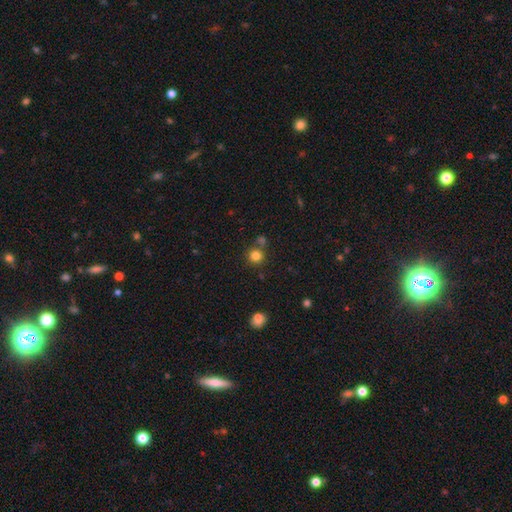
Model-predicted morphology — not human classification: A smooth galaxy with no disk features (81%) that is round (91%).

Vote fractions:
- Smooth or featured? smooth: 81% / star or artifact: 13% / featured or disk: 5%
- How rounded? round: 91% / in between: 8% / cigar-shaped: 1%
- Merging? none: 73% / merger: 16% / minor disturbance: 8% / major disturbance: 3%